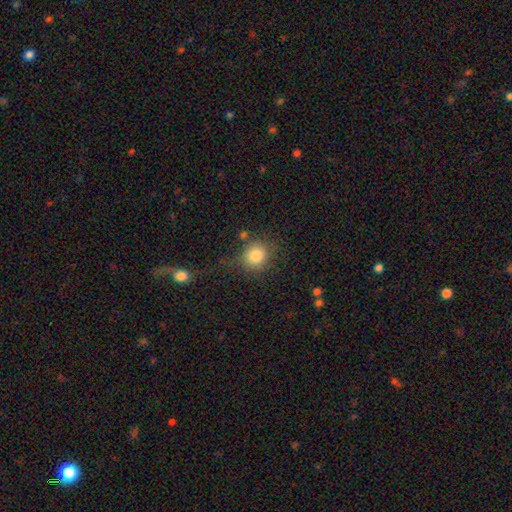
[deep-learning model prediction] smooth 82%, star or artifact 11%, featured or disk 7%. Down the decision tree: how rounded — round (87%); merging — none (73%).